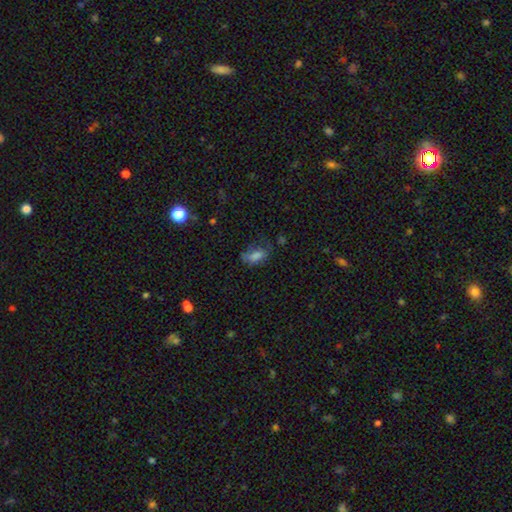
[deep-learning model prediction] Smooth or featured: smooth — 69% (featured or disk — 16%)
How rounded: in between — 84% (cigar-shaped — 9%)
Merging: none — 50% (minor disturbance — 29%)